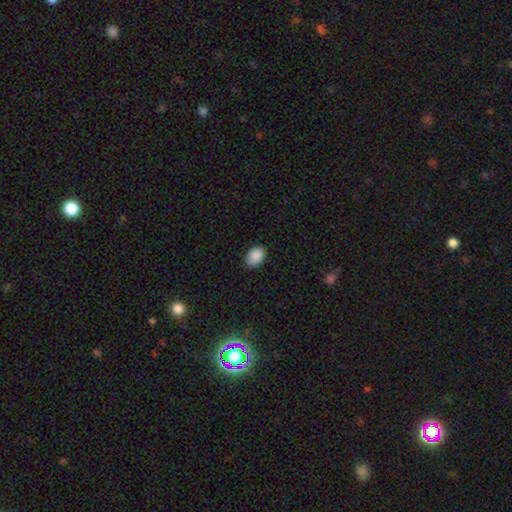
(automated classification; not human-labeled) Smooth or featured: smooth — 89% (star or artifact — 8%)
How rounded: in between — 83% (round — 16%)
Merging: none — 76% (minor disturbance — 20%)